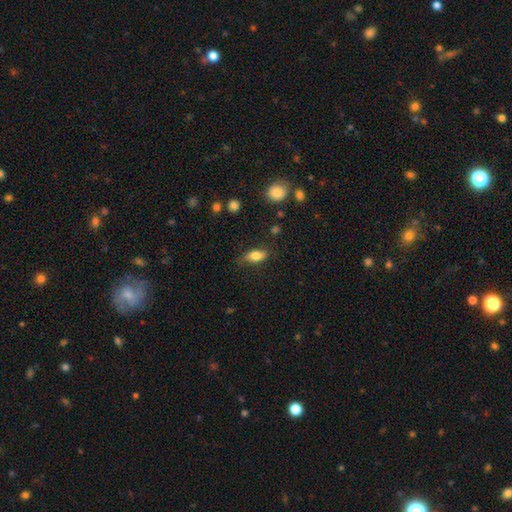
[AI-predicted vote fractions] smooth 80%, featured or disk 12%, star or artifact 8%. Down the decision tree: how rounded — in between (84%); merging — none (73%).